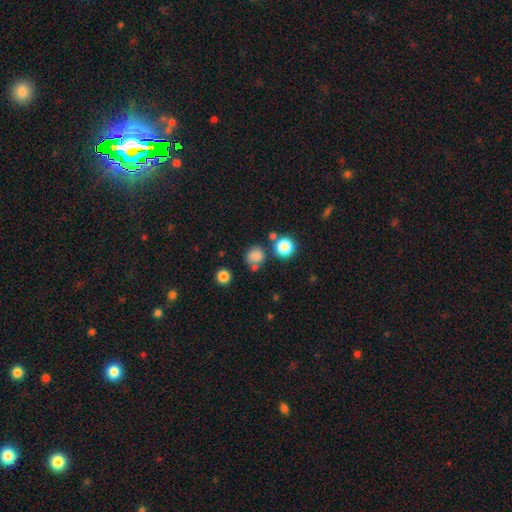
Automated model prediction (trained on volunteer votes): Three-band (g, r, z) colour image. It shows a smooth galaxy with no disk features (78%) that is round (81%). Merging: none (64%).